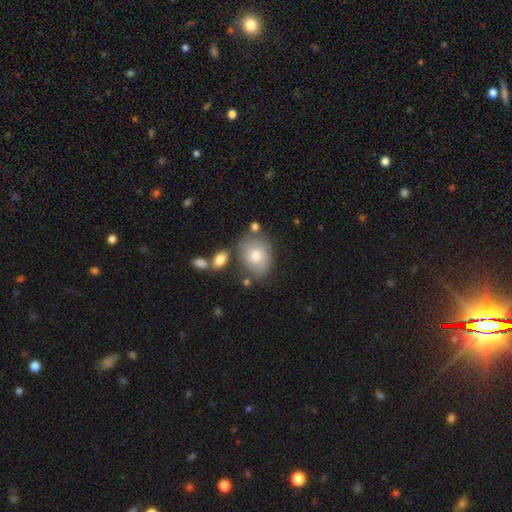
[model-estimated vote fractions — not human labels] Smooth or featured? Predicted: smooth (p=0.47). Merging? Predicted: none (p=0.63).